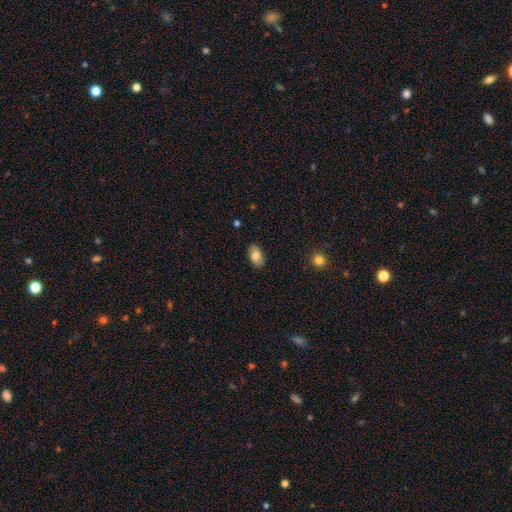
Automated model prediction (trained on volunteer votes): A smooth galaxy with no disk features (76%) that is in between round and cigar-shaped (92%). Merging: none (87%).